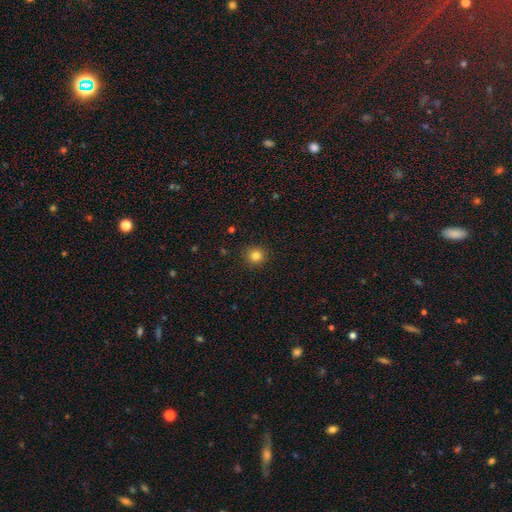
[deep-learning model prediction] This is clearly a smooth galaxy (82%). How rounded: clearly round (93%). Merging: clearly none (91%).